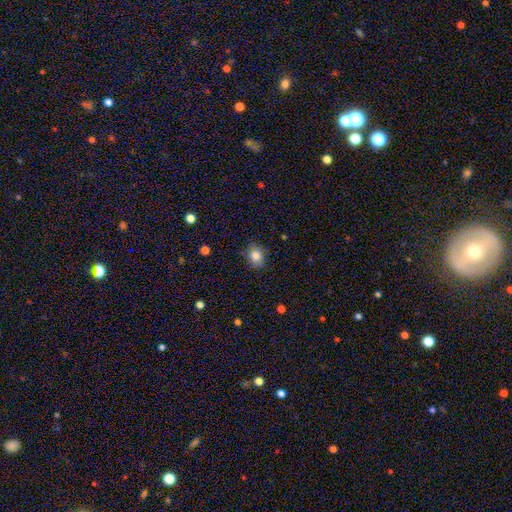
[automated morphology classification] Smooth or featured: smooth — 83% (star or artifact — 10%)
How rounded: round — 55% (in between — 44%)
Merging: none — 83% (minor disturbance — 13%)